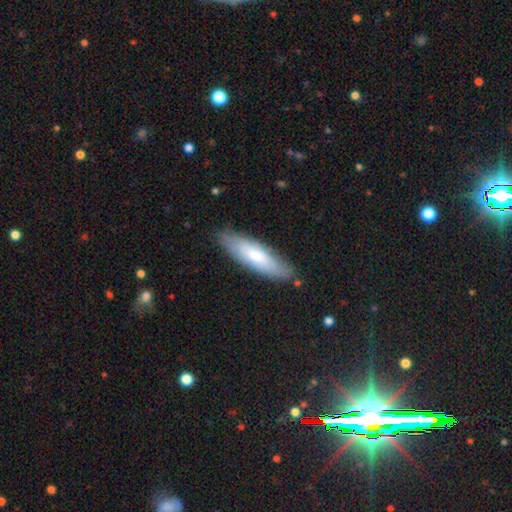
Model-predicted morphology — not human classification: The model was most divided on "how rounded": cigar-shaped: 60%, in between: 39%, round: 1%. More confident: merging — none (83%); smooth or featured — smooth (66%).